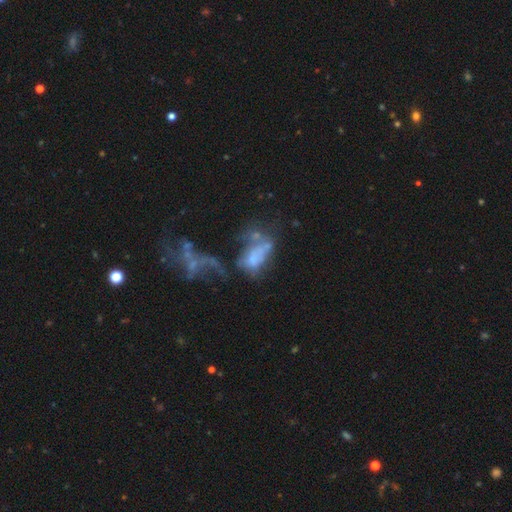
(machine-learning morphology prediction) type=featured or disk (49%); merging=merger (40%).